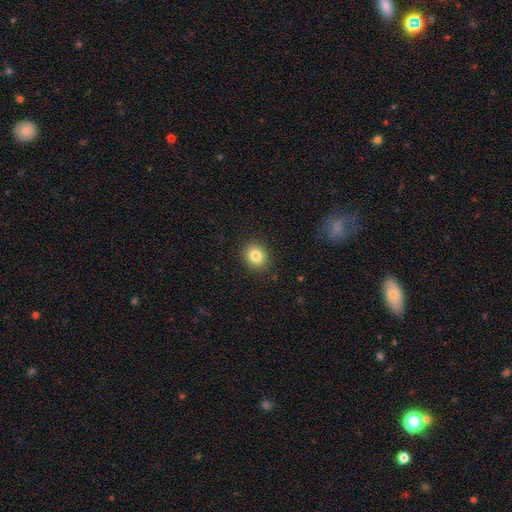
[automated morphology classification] This is clearly a smooth galaxy (83%). How rounded: likely round (68%). Merging: clearly none (89%).